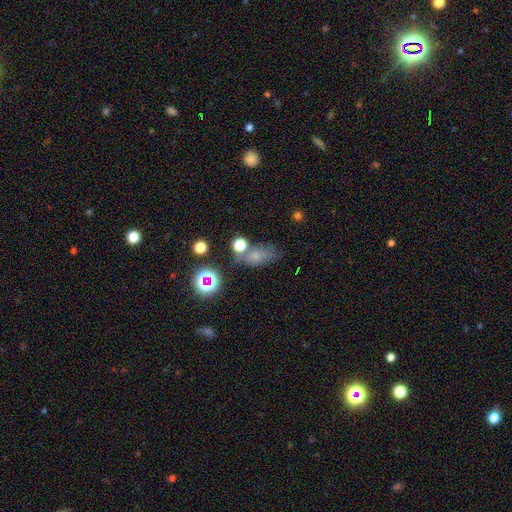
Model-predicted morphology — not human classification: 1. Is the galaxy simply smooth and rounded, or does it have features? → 62% smooth, 24% star or artifact, 14% featured or disk.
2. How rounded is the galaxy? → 74% in between, 19% round, 6% cigar-shaped.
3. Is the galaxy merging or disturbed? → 55% none, 20% minor disturbance, 15% merger, 9% major disturbance.